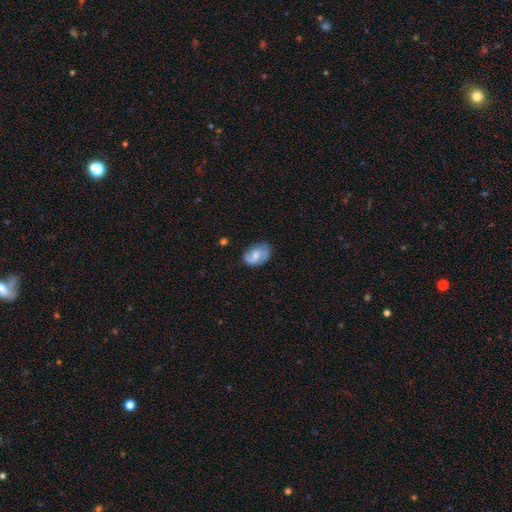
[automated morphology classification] smooth-or-featured: featured or disk: 48% | smooth: 45% | star or artifact: 8%
  merging: none: 60% | minor disturbance: 28% | major disturbance: 10% | merger: 2%